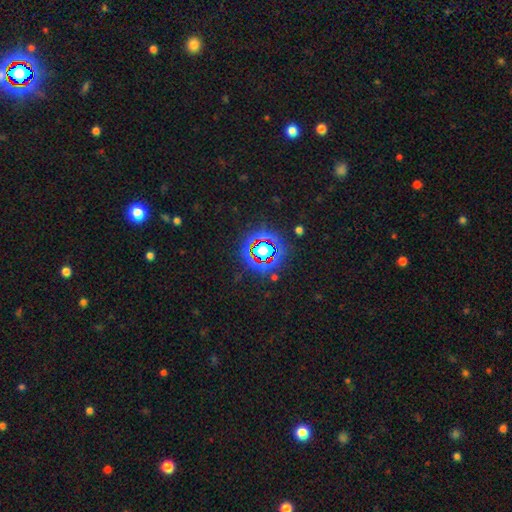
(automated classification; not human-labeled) This is clearly a star or artifact rather than a galaxy (81%).